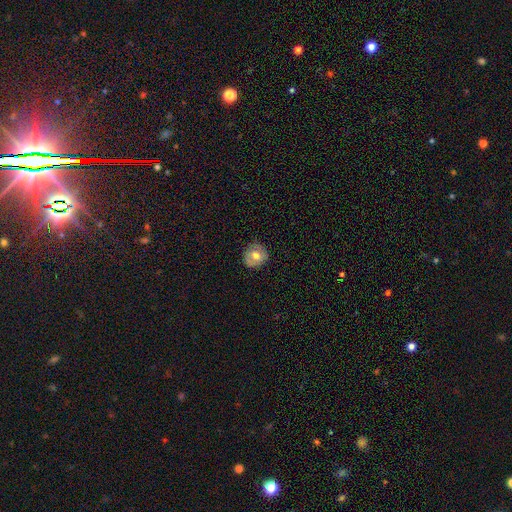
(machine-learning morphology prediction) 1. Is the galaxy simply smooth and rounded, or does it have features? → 58% smooth, 34% featured or disk, 8% star or artifact.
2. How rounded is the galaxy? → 86% round, 13% in between, 1% cigar-shaped.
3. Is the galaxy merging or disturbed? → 81% none, 14% minor disturbance, 3% major disturbance, 1% merger.